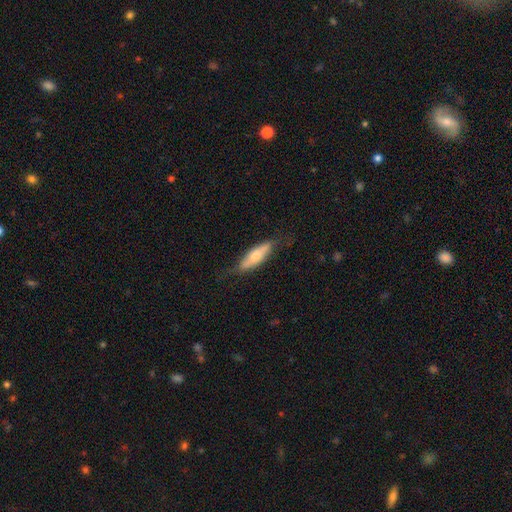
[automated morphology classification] Smooth or featured? Predicted: smooth (p=0.58). How rounded? Predicted: cigar-shaped (p=0.53). Merging? Predicted: none (p=0.68).